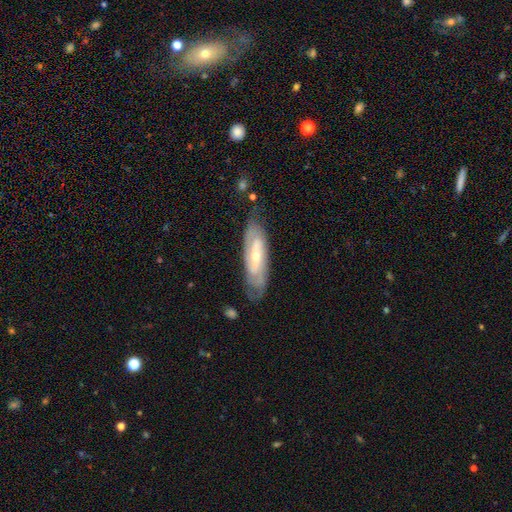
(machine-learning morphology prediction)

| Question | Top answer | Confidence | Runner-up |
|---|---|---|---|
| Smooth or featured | featured or disk | 76% | smooth (18%) |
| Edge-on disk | no | 83% | yes (17%) |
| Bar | weak | 37% | no (34%) |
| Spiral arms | yes | 85% | no (15%) |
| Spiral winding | tight | 54% | medium (34%) |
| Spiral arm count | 2 | 57% | can't tell (31%) |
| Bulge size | small | 50% | moderate (46%) |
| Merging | none | 72% | minor disturbance (19%) |